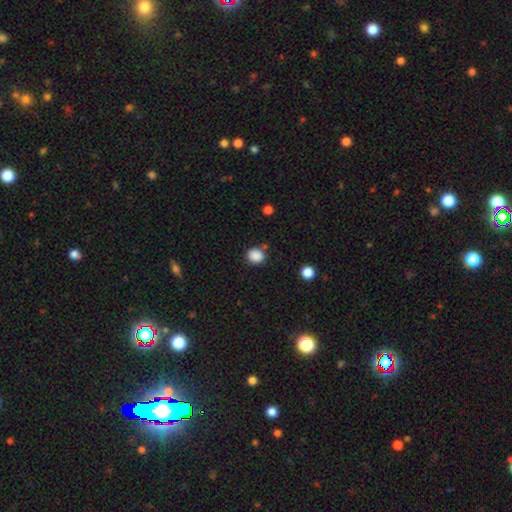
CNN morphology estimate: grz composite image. It shows a smooth galaxy with no disk features (87%) that is round (69%). Merging: none (81%).